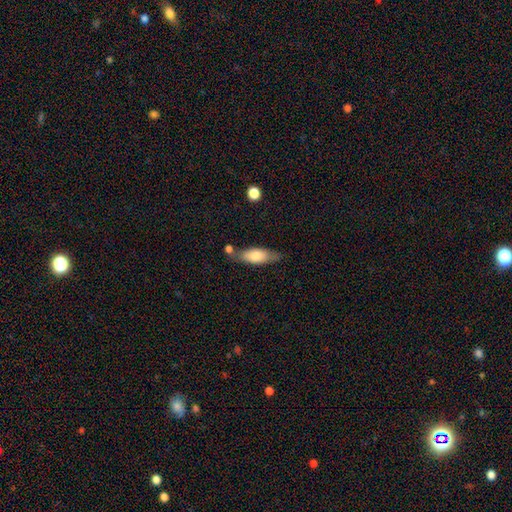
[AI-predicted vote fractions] Smooth or featured? Predicted: smooth (p=0.71). How rounded? Predicted: in between (p=0.67). Merging? Predicted: none (p=0.65).